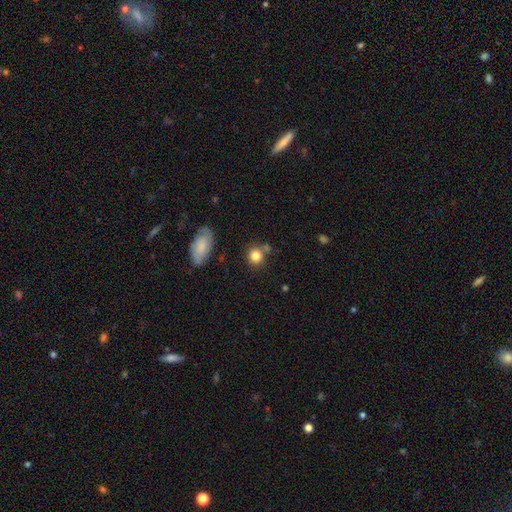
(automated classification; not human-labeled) Smooth or featured? smooth (83%)
How rounded? round (84%)
Merging? none (70%)